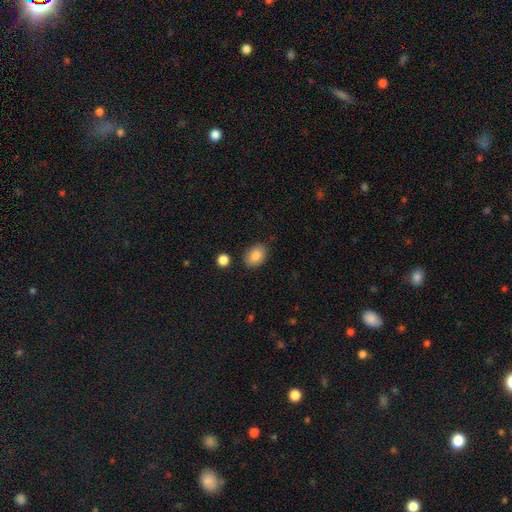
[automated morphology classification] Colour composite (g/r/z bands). It shows a smooth galaxy with no disk features (87%) that is in between round and cigar-shaped (79%). Merging: none (83%).